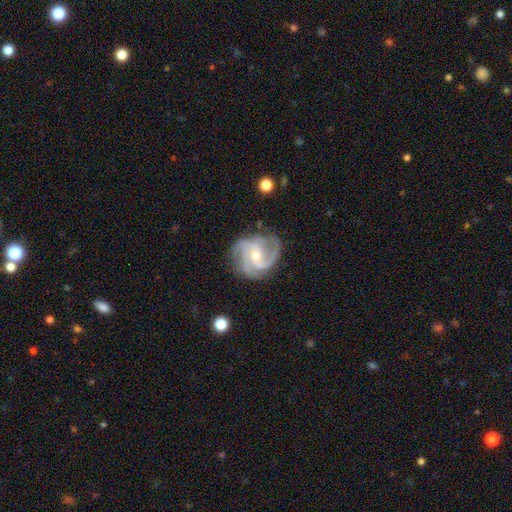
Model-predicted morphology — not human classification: Overall: featured or disk (92%). Edge-on disk: no (98%). Bar: no (45%; weak 40%). Spiral arms: yes (98%). Spiral arm count: 3 (59%). Spiral winding: medium (49%; tight 40%). Bulge size: small (56%; moderate 42%). Merging: none (77%).